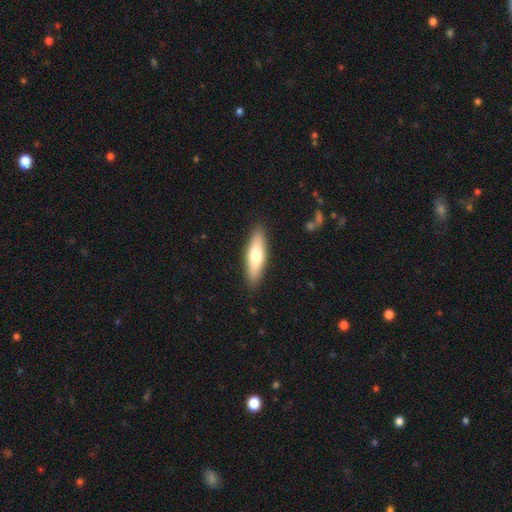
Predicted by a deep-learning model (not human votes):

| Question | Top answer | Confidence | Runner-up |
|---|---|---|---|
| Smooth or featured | smooth | 66% | featured or disk (29%) |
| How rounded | cigar-shaped | 59% | in between (40%) |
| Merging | none | 89% | minor disturbance (8%) |